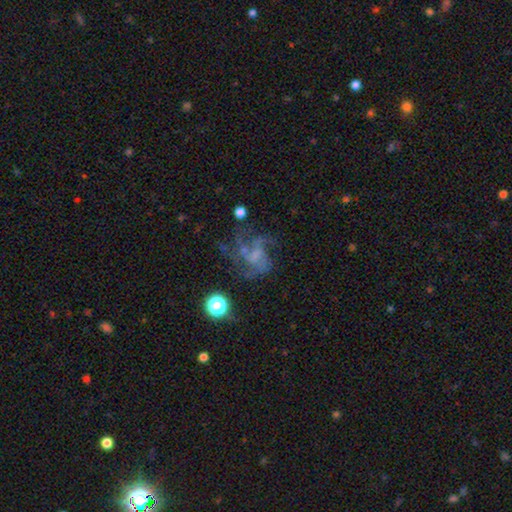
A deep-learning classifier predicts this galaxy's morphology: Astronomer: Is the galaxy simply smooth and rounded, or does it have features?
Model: featured or disk — 67%.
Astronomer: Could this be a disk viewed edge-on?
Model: no — 98%.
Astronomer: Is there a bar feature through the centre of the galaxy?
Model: no — 62%.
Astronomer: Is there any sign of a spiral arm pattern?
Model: yes — 77%.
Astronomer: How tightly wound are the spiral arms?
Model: medium — 44% (runner-up: loose, 36%).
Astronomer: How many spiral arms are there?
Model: can't tell — 30% (runner-up: 3, 28%).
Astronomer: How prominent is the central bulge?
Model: none — 47% (runner-up: small, 29%).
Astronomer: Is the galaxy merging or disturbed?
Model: none — 43% (runner-up: major disturbance, 34%).